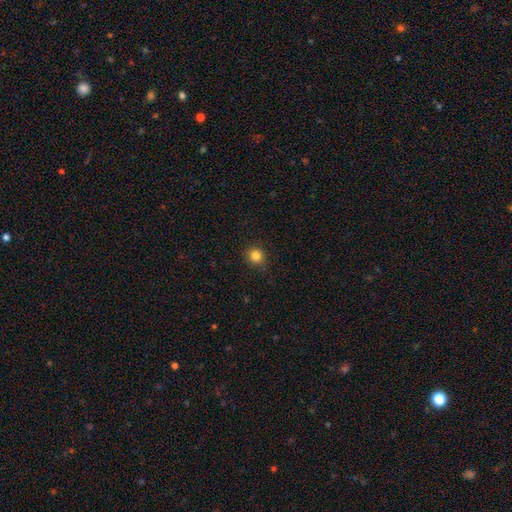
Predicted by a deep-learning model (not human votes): This appears to be a smooth galaxy with no disk features (84%) that is round (89%). Merging: none (88%).